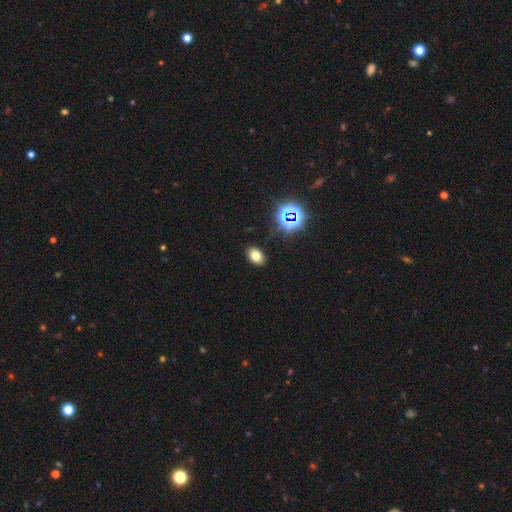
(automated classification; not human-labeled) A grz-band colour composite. It shows a smooth galaxy with no disk features (72%) that is in between round and cigar-shaped (81%). Merging: none (87%).